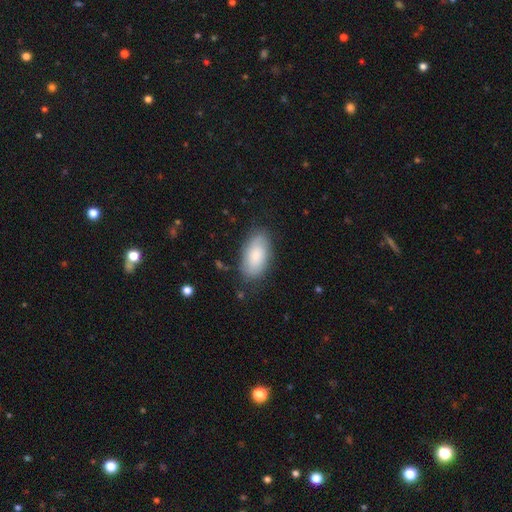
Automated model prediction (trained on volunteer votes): Q: Smooth or featured?
A: smooth (78%); runner-up: featured or disk (16%)
Q: How rounded?
A: in between (94%); runner-up: cigar-shaped (3%)
Q: Merging?
A: none (77%); runner-up: minor disturbance (17%)